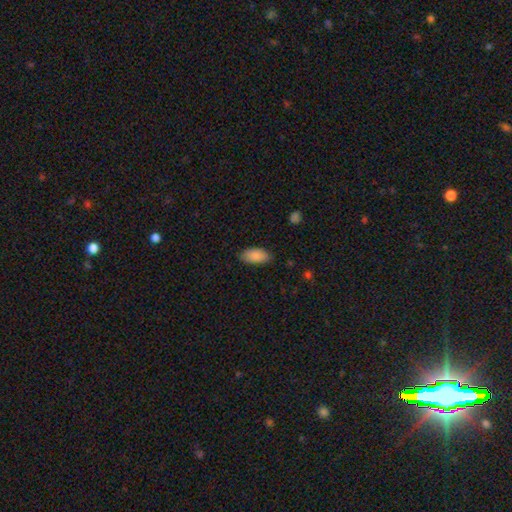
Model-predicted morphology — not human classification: smooth 87%, star or artifact 7%, featured or disk 6%. Down the decision tree: how rounded — in between (94%); merging — none (81%).